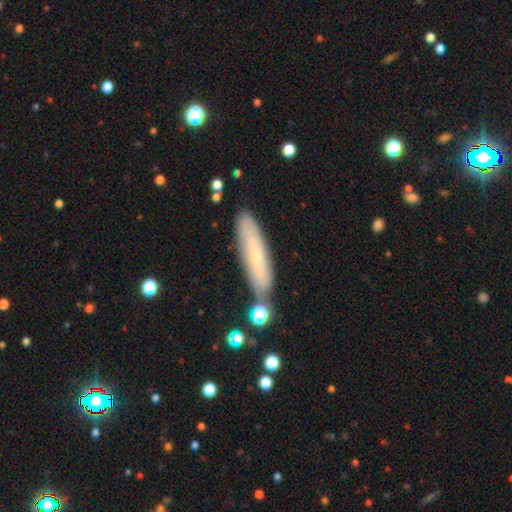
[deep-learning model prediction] This is possibly a smooth galaxy (56%). How rounded: likely cigar-shaped (75%). Merging: clearly none (82%).